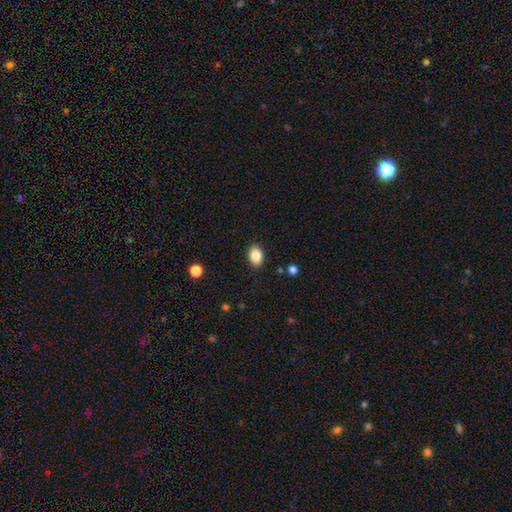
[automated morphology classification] Smooth or featured: smooth — 87% (star or artifact — 8%)
How rounded: in between — 77% (round — 22%)
Merging: none — 88% (minor disturbance — 9%)